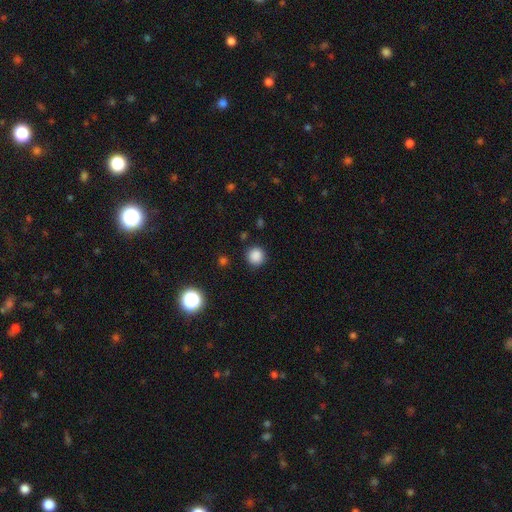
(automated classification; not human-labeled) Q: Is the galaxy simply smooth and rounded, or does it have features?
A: smooth — 85%.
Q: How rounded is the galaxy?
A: round — 94%.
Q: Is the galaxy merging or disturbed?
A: none — 89%.